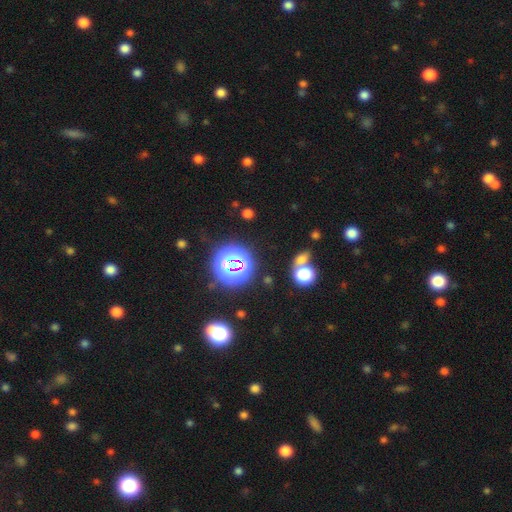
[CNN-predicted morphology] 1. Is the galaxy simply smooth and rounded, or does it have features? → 80% star or artifact, 13% smooth, 7% featured or disk.